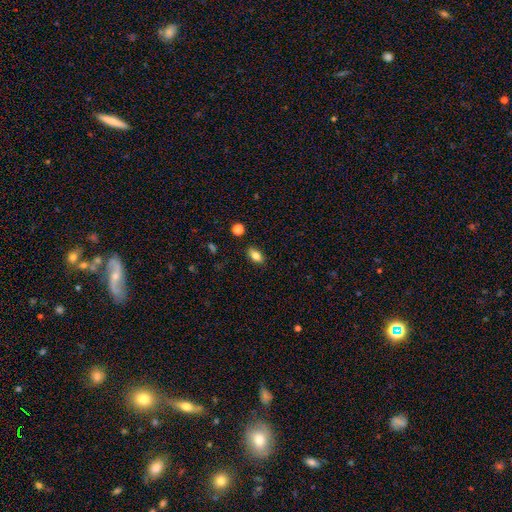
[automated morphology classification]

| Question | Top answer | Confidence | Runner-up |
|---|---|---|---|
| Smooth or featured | smooth | 82% | featured or disk (9%) |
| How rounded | in between | 89% | round (6%) |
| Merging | none | 87% | minor disturbance (9%) |